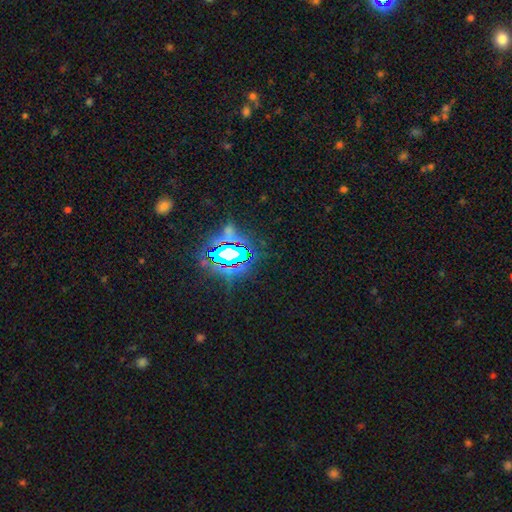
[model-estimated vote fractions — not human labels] Smooth or featured? star or artifact (81%)